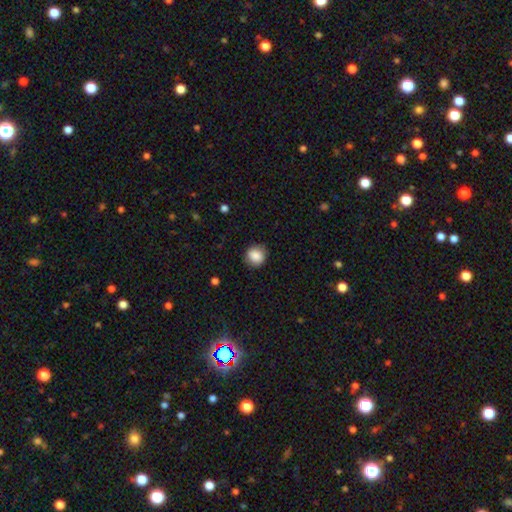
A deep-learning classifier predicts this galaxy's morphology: smooth 86%, star or artifact 8%, featured or disk 6%. Down the decision tree: how rounded — round (86%); merging — none (84%).